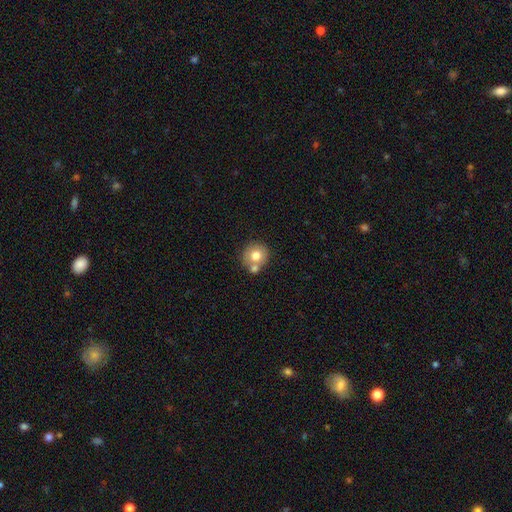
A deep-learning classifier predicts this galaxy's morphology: Smooth or featured?
  - smooth: 74% *
  - featured or disk: 17%
  - star or artifact: 9%
How rounded?
  - round: 89% *
  - in between: 10%
  - cigar-shaped: 1%
Merging?
  - none: 55% *
  - merger: 32%
  - minor disturbance: 10%
  - major disturbance: 3%